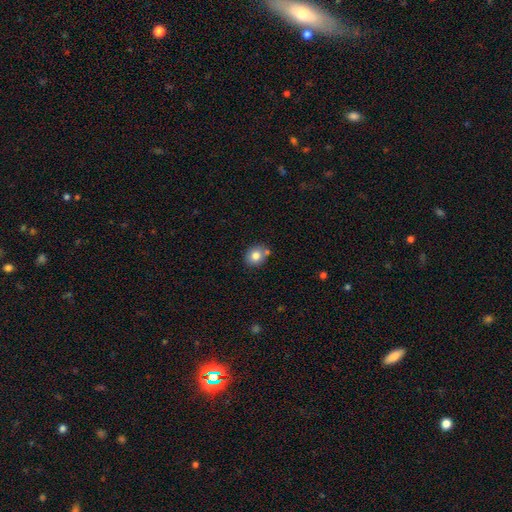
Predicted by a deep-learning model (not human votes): Smooth or featured?
  - smooth: 79% *
  - featured or disk: 11%
  - star or artifact: 10%
How rounded?
  - round: 62% *
  - in between: 37%
  - cigar-shaped: 1%
Merging?
  - none: 72% *
  - minor disturbance: 13%
  - merger: 12%
  - major disturbance: 3%